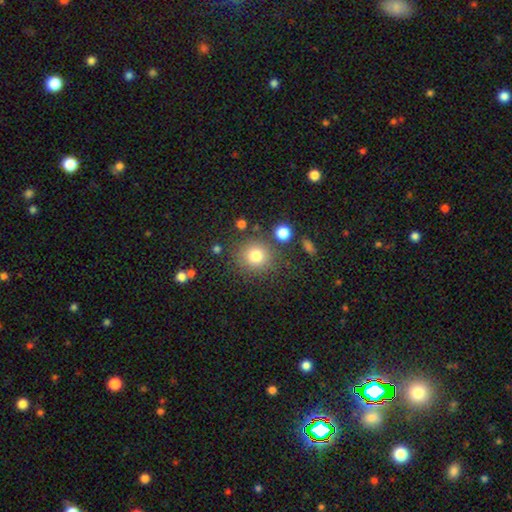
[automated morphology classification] This is likely a smooth galaxy (79%). How rounded: clearly round (90%). Merging: clearly none (80%).